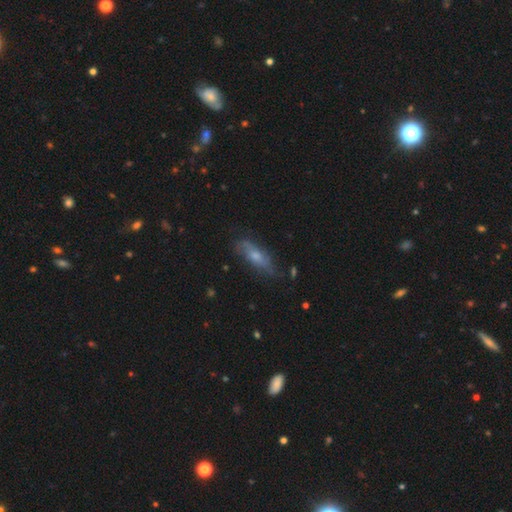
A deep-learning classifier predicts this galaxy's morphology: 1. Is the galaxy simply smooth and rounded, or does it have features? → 46% featured or disk (tied), 46% smooth (tied), 9% star or artifact.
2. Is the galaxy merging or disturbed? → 67% none, 24% minor disturbance, 7% major disturbance, 2% merger.